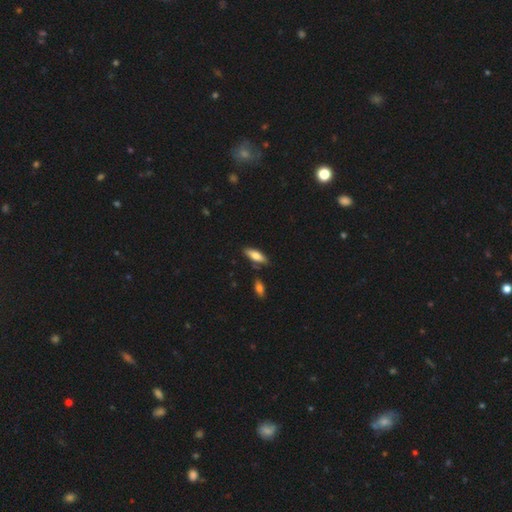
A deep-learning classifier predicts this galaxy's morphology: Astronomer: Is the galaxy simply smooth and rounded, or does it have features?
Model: smooth — 73%.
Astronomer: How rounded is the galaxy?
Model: in between — 62%.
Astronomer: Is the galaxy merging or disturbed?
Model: none — 79%.